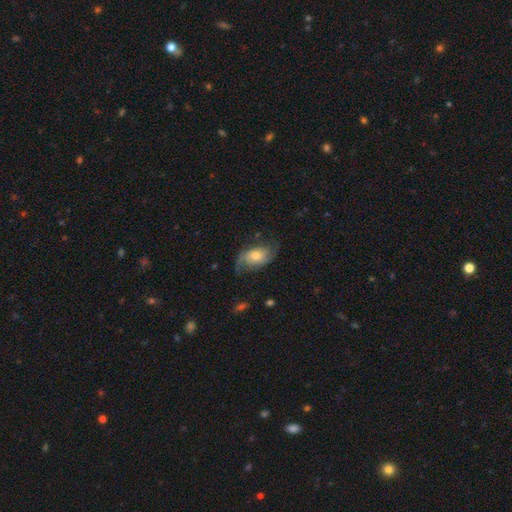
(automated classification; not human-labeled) featured or disk 66%, smooth 26%, star or artifact 8%. Down the decision tree: edge-on disk — no (95%); bar — no (71%); spiral arms — yes (90%); spiral arm count — 2 (83%); spiral winding — loose (45%); bulge size — moderate (61%); merging — none (64%).